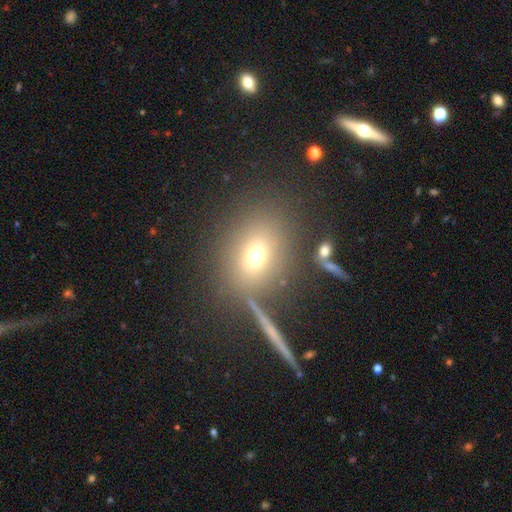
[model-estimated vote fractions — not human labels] smooth 65%, star or artifact 19%, featured or disk 17%. Down the decision tree: how rounded — in between (51%); merging — none (75%).